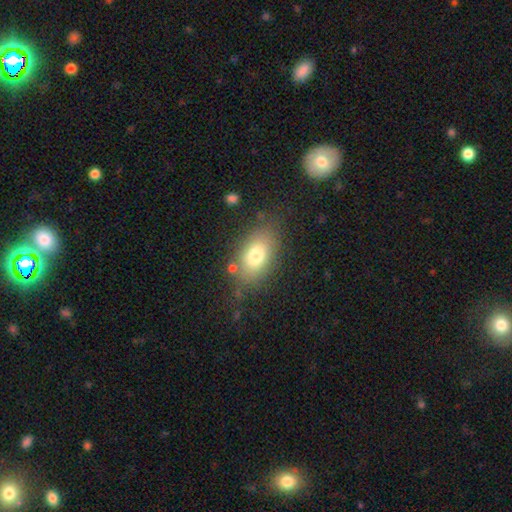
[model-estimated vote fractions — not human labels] The model was most divided on "smooth or featured": smooth: 76%, featured or disk: 14%, star or artifact: 10%. More confident: how rounded — in between (85%); merging — none (76%).